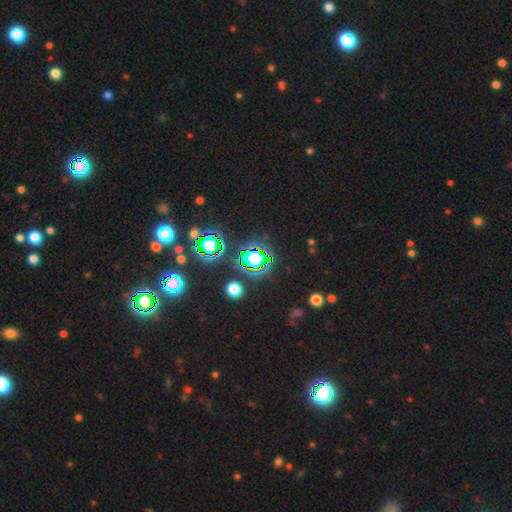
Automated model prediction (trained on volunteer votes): Overall: star or artifact (67%).